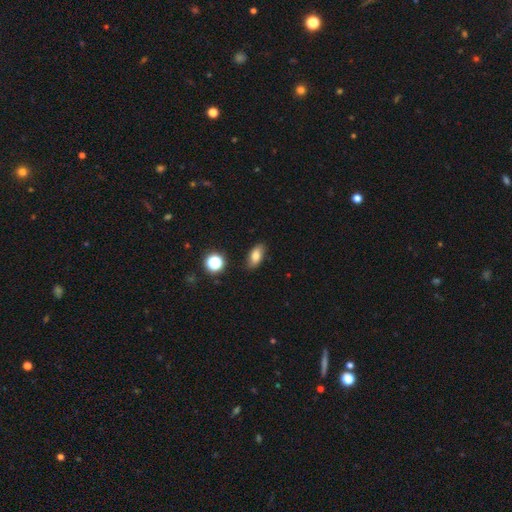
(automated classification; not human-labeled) This is likely a smooth galaxy (77%). How rounded: clearly in between (85%). Merging: clearly none (85%).